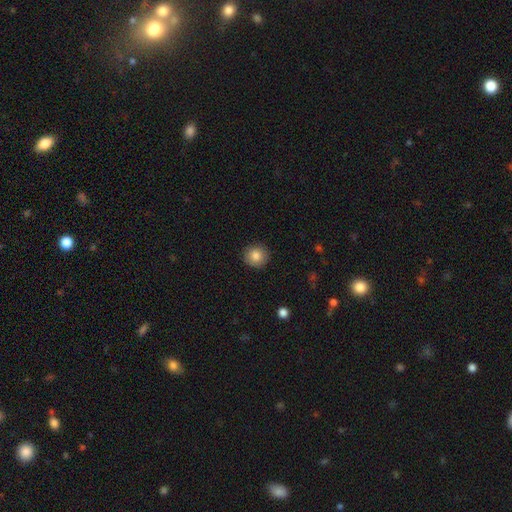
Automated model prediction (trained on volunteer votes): smooth 84%, star or artifact 9%, featured or disk 8%. Down the decision tree: how rounded — round (88%); merging — none (90%).